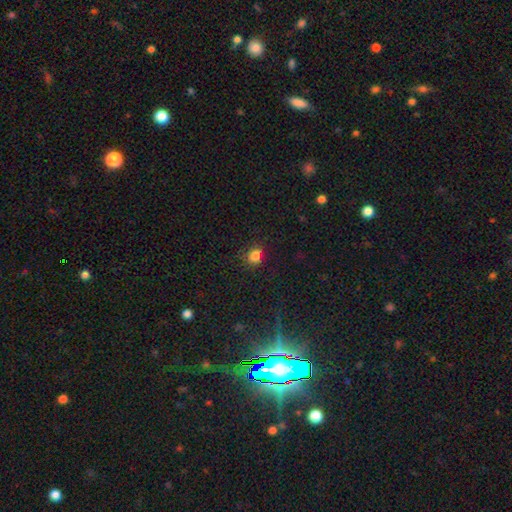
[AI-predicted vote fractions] A smooth galaxy with no disk features (77%) that is round (65%). Merging: none (75%).